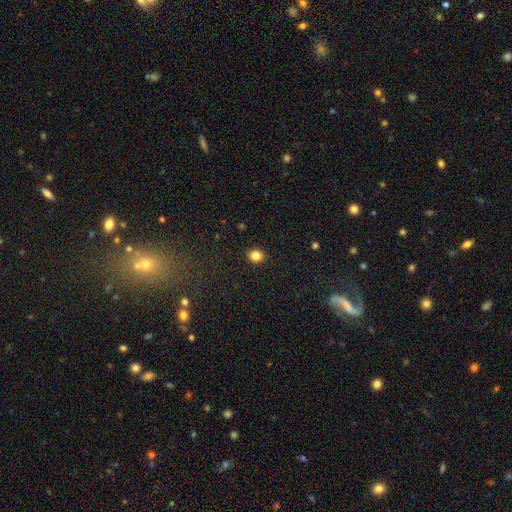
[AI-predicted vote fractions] smooth_or_featured: smooth (p=0.84) [alt: star or artifact p=0.11]
how_rounded: round (p=0.76) [alt: in between p=0.23]
merging: none (p=0.92) [alt: minor disturbance p=0.05]